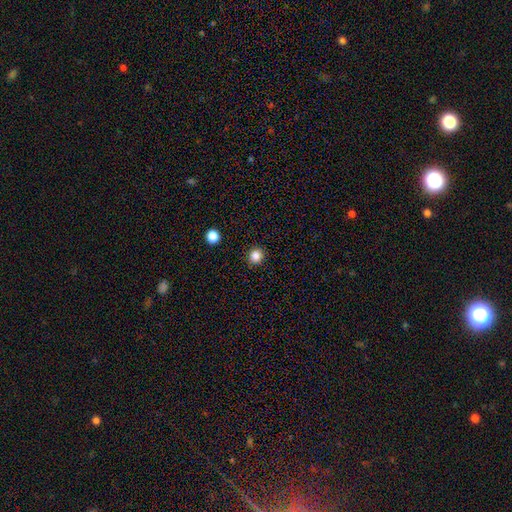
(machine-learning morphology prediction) Smooth or featured?
  - smooth: 84% *
  - star or artifact: 12%
  - featured or disk: 4%
How rounded?
  - round: 90% *
  - in between: 9%
  - cigar-shaped: 1%
Merging?
  - none: 92% *
  - minor disturbance: 5%
  - major disturbance: 2%
  - merger: 1%